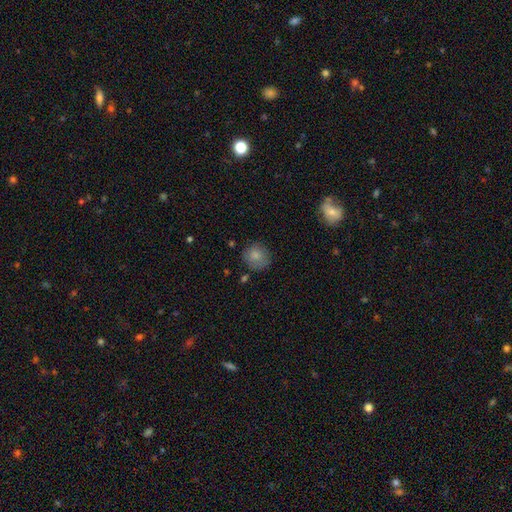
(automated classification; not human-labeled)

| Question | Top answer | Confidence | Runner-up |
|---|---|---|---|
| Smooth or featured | smooth | 83% | star or artifact (9%) |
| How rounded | round | 88% | in between (11%) |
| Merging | none | 76% | minor disturbance (17%) |